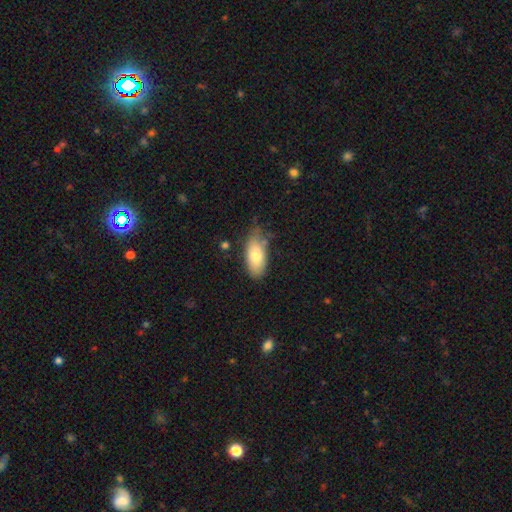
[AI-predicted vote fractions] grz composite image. It shows a smooth galaxy with no disk features (76%) that is in between round and cigar-shaped (89%). Merging: none (65%).